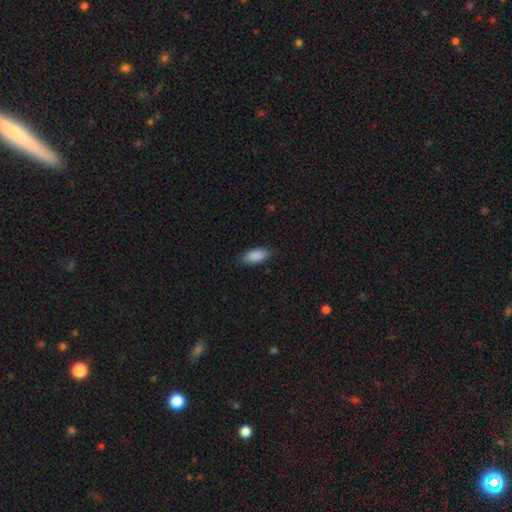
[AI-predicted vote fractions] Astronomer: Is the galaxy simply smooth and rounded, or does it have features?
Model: smooth — 90%.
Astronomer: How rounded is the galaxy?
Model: in between — 87%.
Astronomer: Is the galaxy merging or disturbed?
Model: none — 84%.